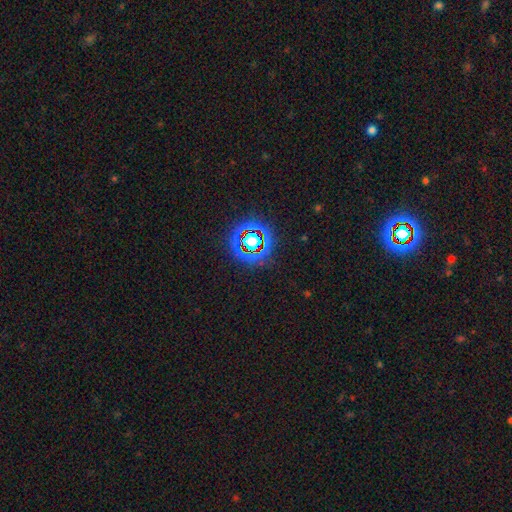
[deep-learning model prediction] Smooth or featured? star or artifact (66%)